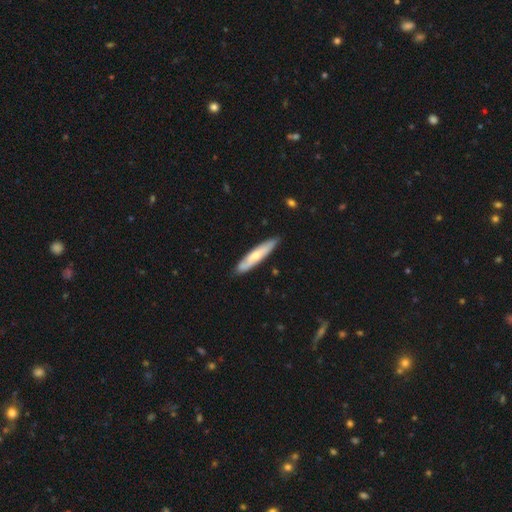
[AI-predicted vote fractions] Smooth or featured?
  - smooth: 56% *
  - featured or disk: 40%
  - star or artifact: 5%
How rounded?
  - cigar-shaped: 84% *
  - in between: 15%
  - round: 1%
Merging?
  - none: 84% *
  - minor disturbance: 12%
  - major disturbance: 2%
  - merger: 1%